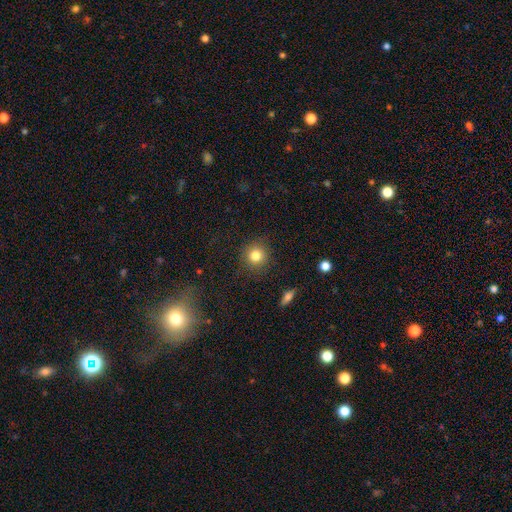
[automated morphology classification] This is clearly a smooth galaxy (82%). How rounded: clearly round (91%). Merging: clearly none (87%).